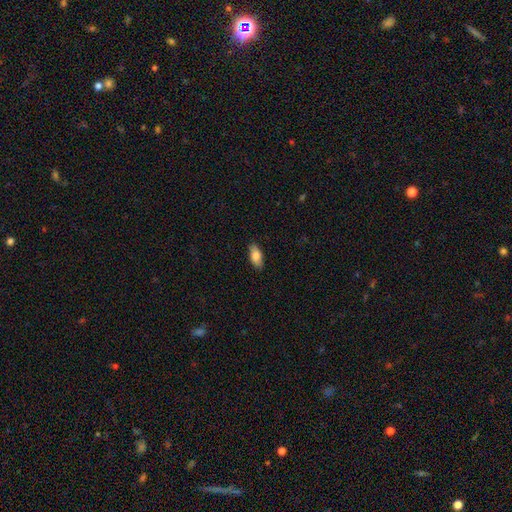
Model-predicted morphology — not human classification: A smooth galaxy with no disk features (81%) that is in between round and cigar-shaped (85%).

Vote fractions:
- Smooth or featured? smooth: 81% / featured or disk: 13% / star or artifact: 6%
- How rounded? in between: 85% / cigar-shaped: 12% / round: 3%
- Merging? none: 87% / minor disturbance: 10% / major disturbance: 2% / merger: 1%